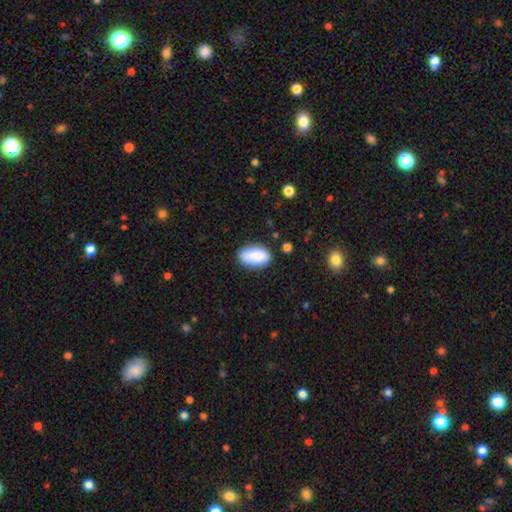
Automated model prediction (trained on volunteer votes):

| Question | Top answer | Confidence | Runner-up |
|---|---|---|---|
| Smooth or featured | smooth | 87% | star or artifact (7%) |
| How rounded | in between | 94% | round (4%) |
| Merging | none | 81% | minor disturbance (14%) |